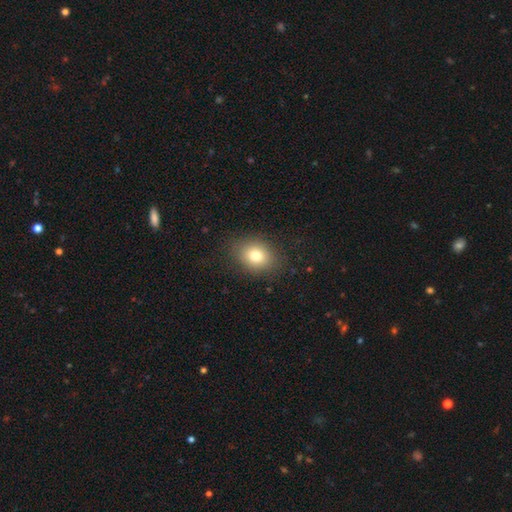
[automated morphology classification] Overall: smooth (78%). How rounded: in between (53%; round 46%). Merging: none (85%).